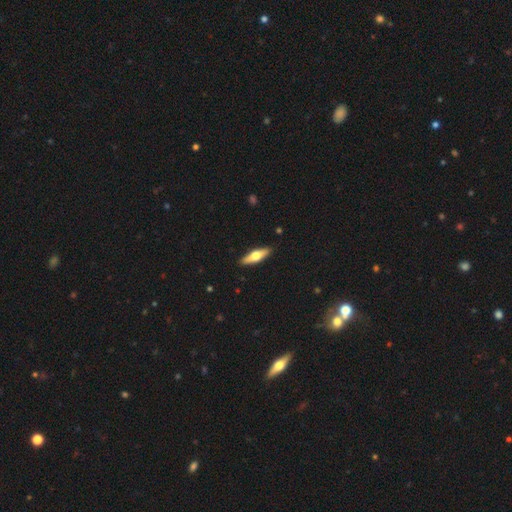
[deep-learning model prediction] featured or disk 48%, smooth 46%, star or artifact 5%. Down the decision tree: merging — none (91%).